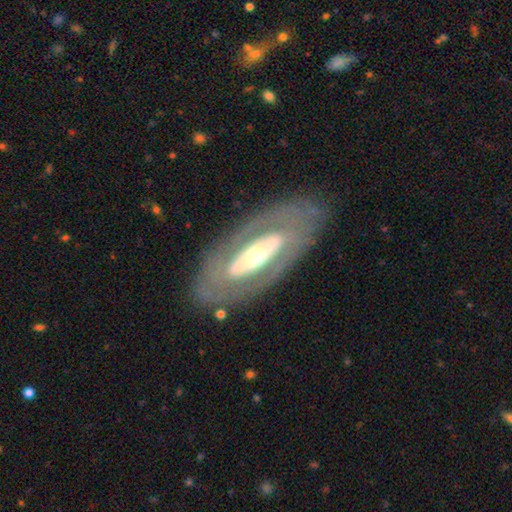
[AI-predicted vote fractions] smooth-or-featured: featured or disk: 72% | smooth: 23% | star or artifact: 5%
  disk-edge-on: no: 85% | yes: 15%
    bar: no: 64% | strong: 20% | weak: 16%
    has-spiral-arms: no: 74% | yes: 26%
    bulge-size: moderate: 55% | small: 29% | large: 13% | dominant: 2% | none: 1%
  merging: none: 81% | minor disturbance: 11% | major disturbance: 7% | merger: 1%